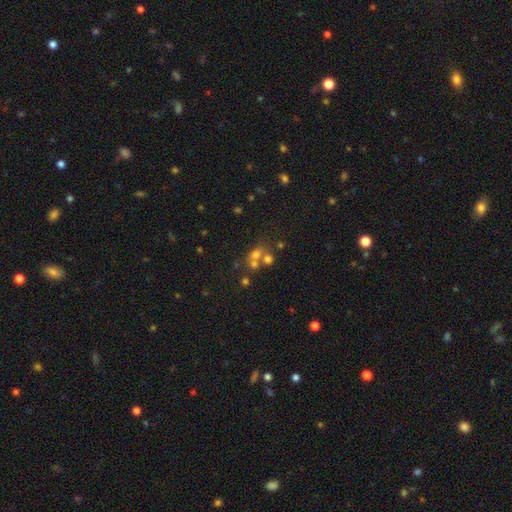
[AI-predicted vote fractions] A smooth galaxy with no disk features (48%).

Vote fractions:
- Smooth or featured? smooth: 48% / star or artifact: 32% / featured or disk: 21%
- Merging? none: 47% / merger: 40% / minor disturbance: 8% / major disturbance: 5%